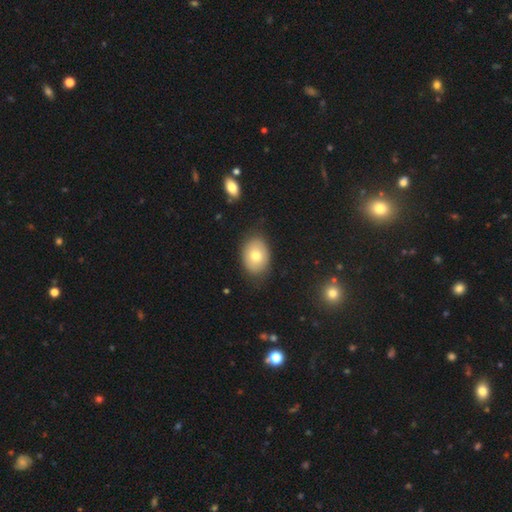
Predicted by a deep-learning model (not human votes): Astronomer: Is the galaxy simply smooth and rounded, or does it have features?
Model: smooth — 74%.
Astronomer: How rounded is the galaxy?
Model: in between — 75%.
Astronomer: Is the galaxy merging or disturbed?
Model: none — 81%.